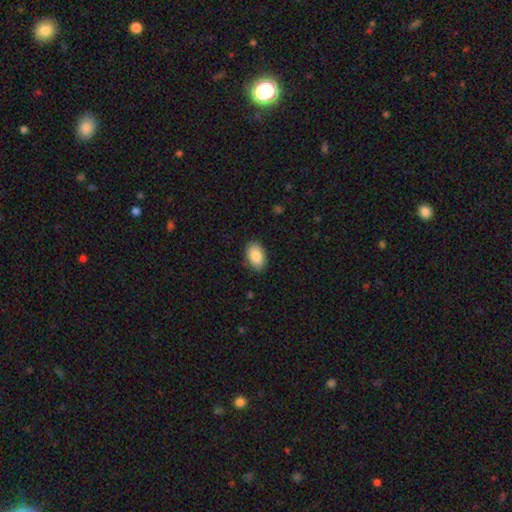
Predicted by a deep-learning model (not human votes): The model was most divided on "merging": none: 87%, minor disturbance: 10%, major disturbance: 2%, merger: 1%. More confident: how rounded — in between (92%); smooth or featured — smooth (87%).